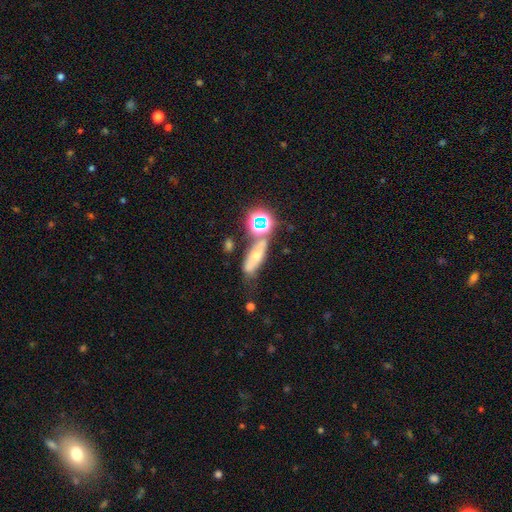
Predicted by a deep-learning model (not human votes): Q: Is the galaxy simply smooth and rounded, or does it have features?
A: smooth — 49%.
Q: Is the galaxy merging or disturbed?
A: none — 54%.